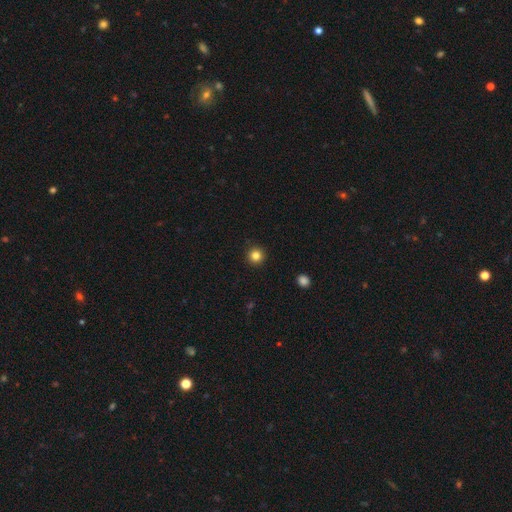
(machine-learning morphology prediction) type=smooth (83%); roundness=round (96%); merging=none (93%).